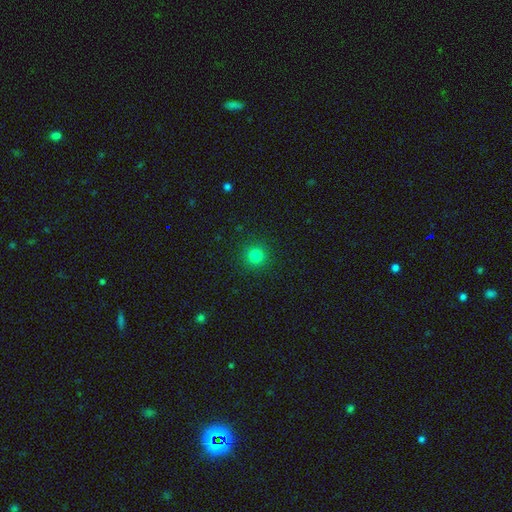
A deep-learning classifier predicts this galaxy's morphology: Smooth or featured? Predicted: smooth (p=0.81). How rounded? Predicted: round (p=0.95). Merging? Predicted: none (p=0.92).